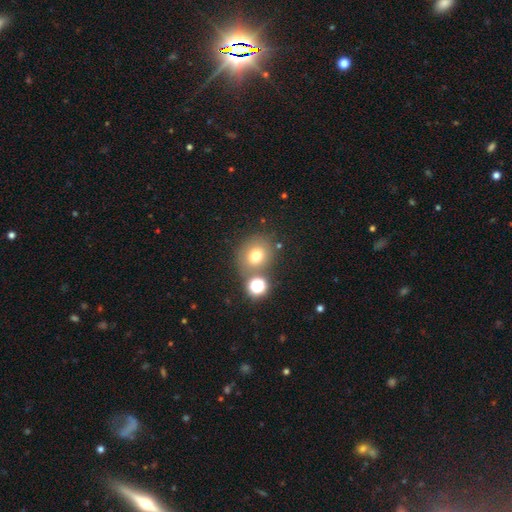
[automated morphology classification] A smooth galaxy with no disk features (71%) that is round (80%). Merging: none (70%).